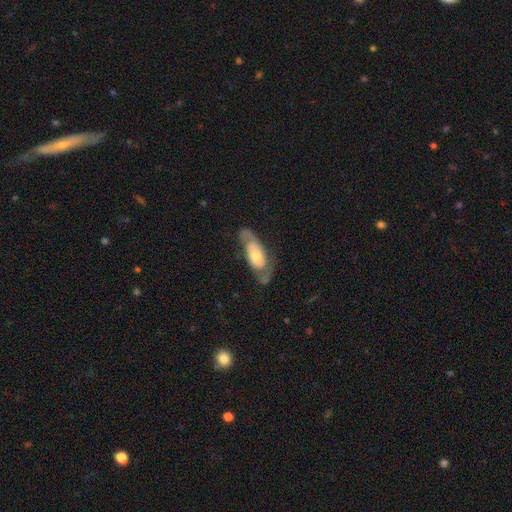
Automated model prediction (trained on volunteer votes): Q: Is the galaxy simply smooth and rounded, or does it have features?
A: featured or disk — 65%.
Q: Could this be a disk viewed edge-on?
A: no — 84%.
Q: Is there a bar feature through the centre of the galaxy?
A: no — 74%.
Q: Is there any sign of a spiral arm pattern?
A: yes — 73%.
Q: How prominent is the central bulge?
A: moderate — 58%.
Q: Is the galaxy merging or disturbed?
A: none — 59%.